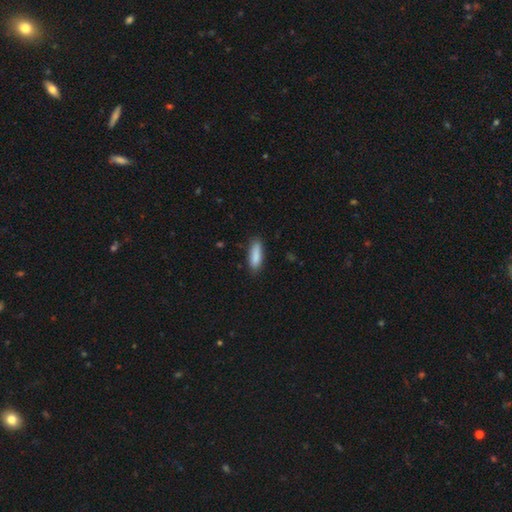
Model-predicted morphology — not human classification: Smooth or featured: smooth — 87% (featured or disk — 7%)
How rounded: in between — 51% (cigar-shaped — 47%)
Merging: none — 81% (minor disturbance — 15%)